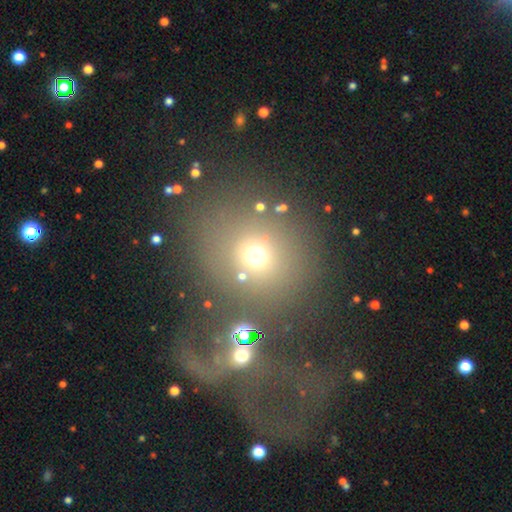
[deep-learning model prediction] A smooth galaxy with no disk features (64%) that is round (82%).

Vote fractions:
- Smooth or featured? smooth: 64% / star or artifact: 25% / featured or disk: 11%
- How rounded? round: 82% / in between: 17% / cigar-shaped: 1%
- Merging? none: 75% / minor disturbance: 10% / merger: 9% / major disturbance: 6%